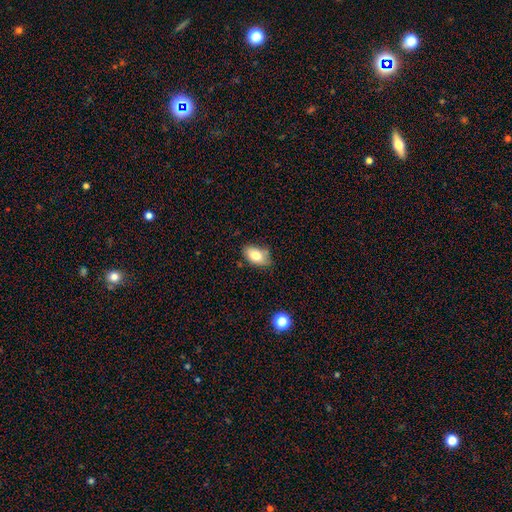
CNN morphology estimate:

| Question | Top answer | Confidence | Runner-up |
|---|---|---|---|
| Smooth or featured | smooth | 79% | featured or disk (14%) |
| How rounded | in between | 91% | round (7%) |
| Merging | none | 67% | minor disturbance (25%) |